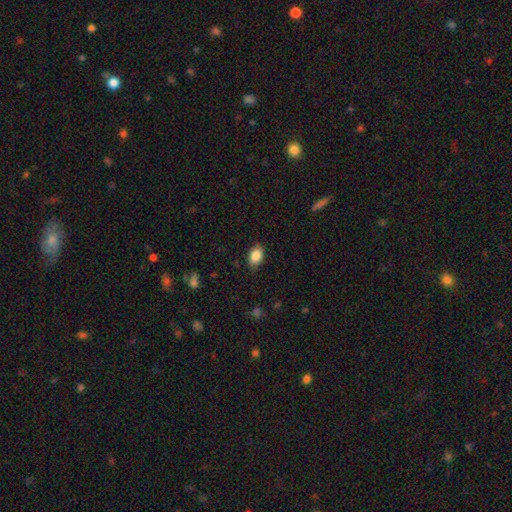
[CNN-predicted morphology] Smooth or featured: smooth — 87% (star or artifact — 8%)
How rounded: in between — 84% (round — 15%)
Merging: none — 85% (minor disturbance — 11%)